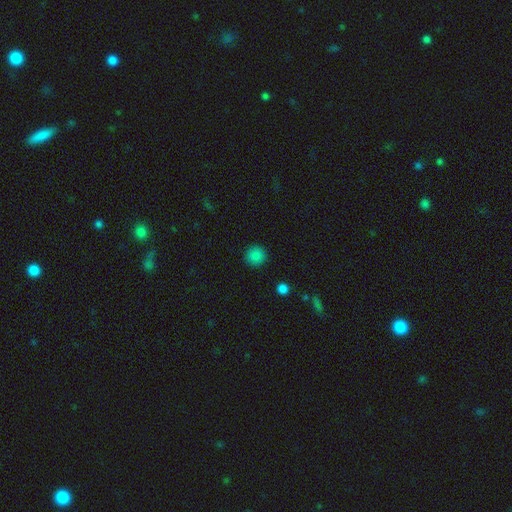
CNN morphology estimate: Smooth or featured? Predicted: smooth (p=0.85). How rounded? Predicted: round (p=0.94). Merging? Predicted: none (p=0.91).